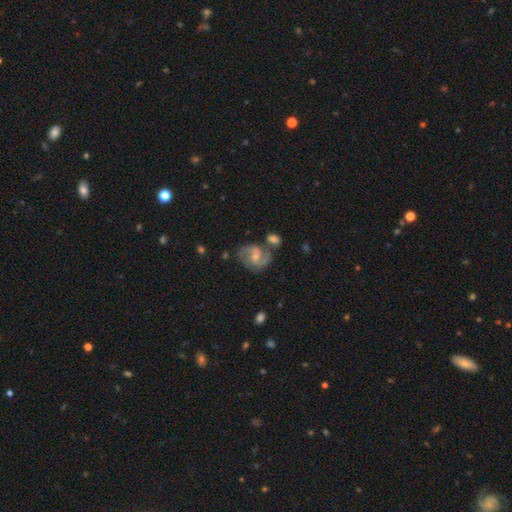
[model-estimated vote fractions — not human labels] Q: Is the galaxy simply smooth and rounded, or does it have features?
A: featured or disk — 76%.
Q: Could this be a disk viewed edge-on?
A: no — 98%.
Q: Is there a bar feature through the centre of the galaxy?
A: weak — 50%.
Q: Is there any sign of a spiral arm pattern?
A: yes — 93%.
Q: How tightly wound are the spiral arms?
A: medium — 53%.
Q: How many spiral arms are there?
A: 2 — 87%.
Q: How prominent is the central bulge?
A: small — 51%.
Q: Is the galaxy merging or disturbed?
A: none — 55%.